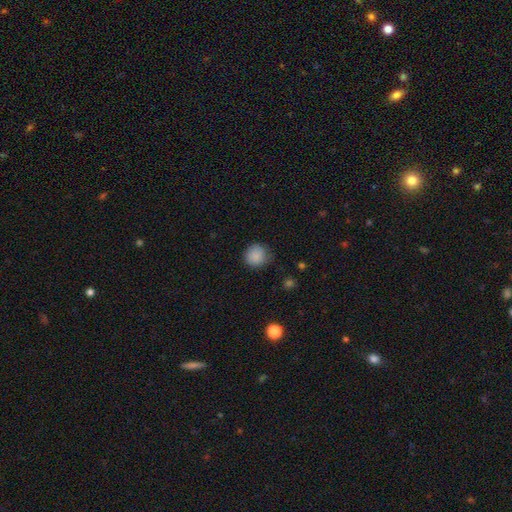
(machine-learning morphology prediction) smooth-or-featured: smooth: 87% | star or artifact: 9% | featured or disk: 3%
  how-rounded: round: 90% | in between: 9% | cigar-shaped: 1%
  merging: none: 77% | minor disturbance: 18% | major disturbance: 4% | merger: 1%